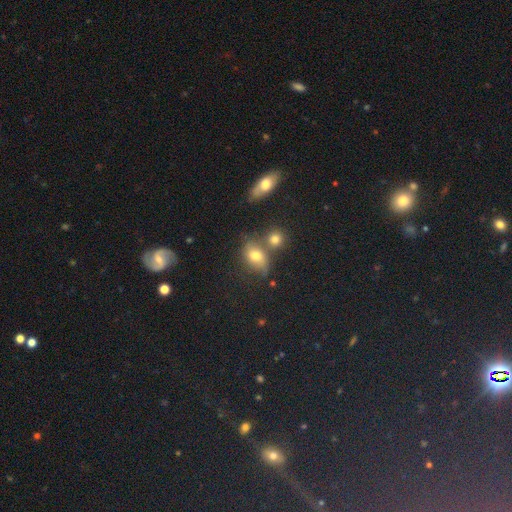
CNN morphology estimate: This appears to be a smooth galaxy with no disk features (69%) that is in between round and cigar-shaped (67%). Merging: none (49%).